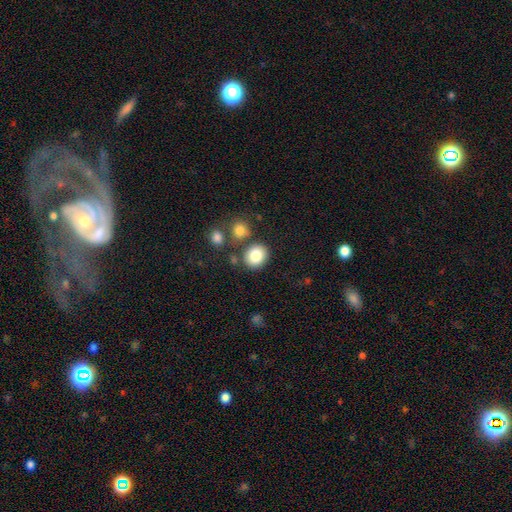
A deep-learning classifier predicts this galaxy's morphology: Q: Smooth or featured?
A: smooth (83%); runner-up: star or artifact (9%)
Q: How rounded?
A: round (69%); runner-up: in between (30%)
Q: Merging?
A: none (77%); runner-up: merger (10%)